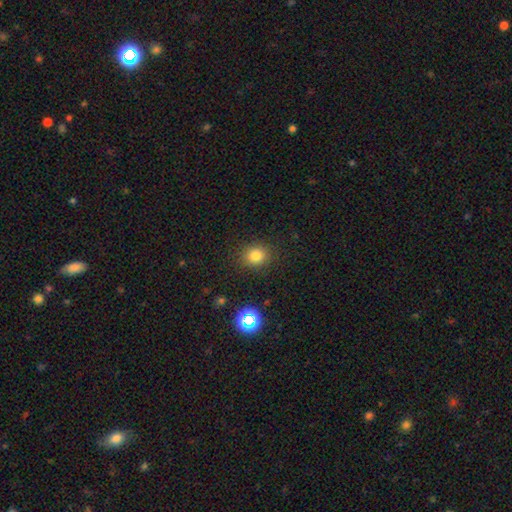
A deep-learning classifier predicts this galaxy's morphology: Smooth or featured? Predicted: smooth (p=0.79). How rounded? Predicted: round (p=0.75). Merging? Predicted: none (p=0.87).